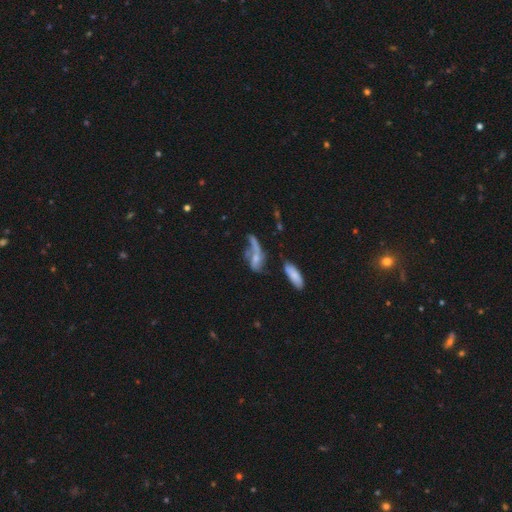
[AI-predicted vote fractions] smooth_or_featured: featured or disk (p=0.57) [alt: smooth p=0.31]
disk_edge_on: no (p=0.85) [alt: yes p=0.15]
merging: none (p=0.32) [alt: major disturbance p=0.27]